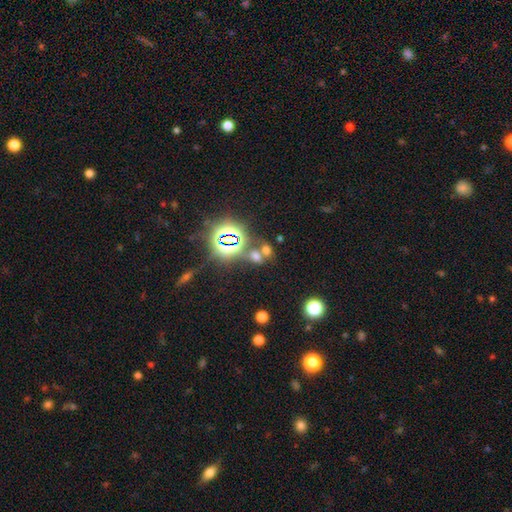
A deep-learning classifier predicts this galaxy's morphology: smooth 45% (tied), star or artifact 45% (tied), featured or disk 10%. Down the decision tree: merging — none (47%).